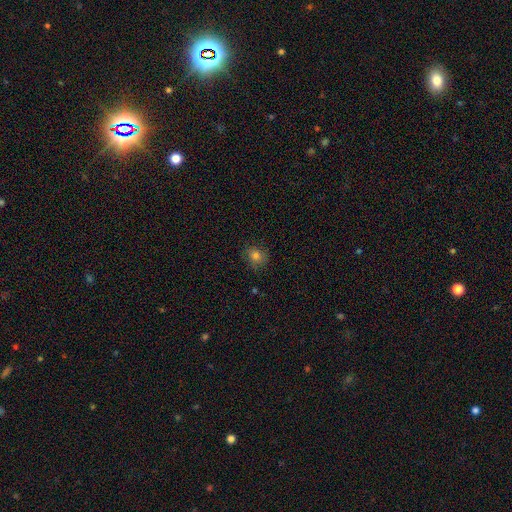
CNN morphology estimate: smooth-or-featured: smooth: 78% | star or artifact: 14% | featured or disk: 8%
  how-rounded: round: 72% | in between: 27% | cigar-shaped: 1%
  merging: none: 82% | minor disturbance: 14% | major disturbance: 3% | merger: 1%